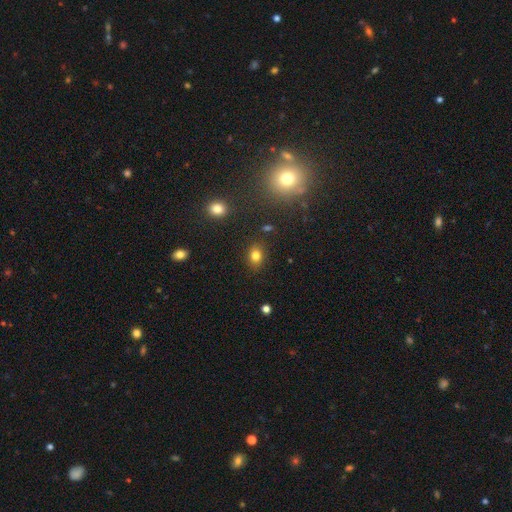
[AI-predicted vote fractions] smooth 79%, star or artifact 13%, featured or disk 7%. Down the decision tree: how rounded — in between (58%); merging — none (85%).